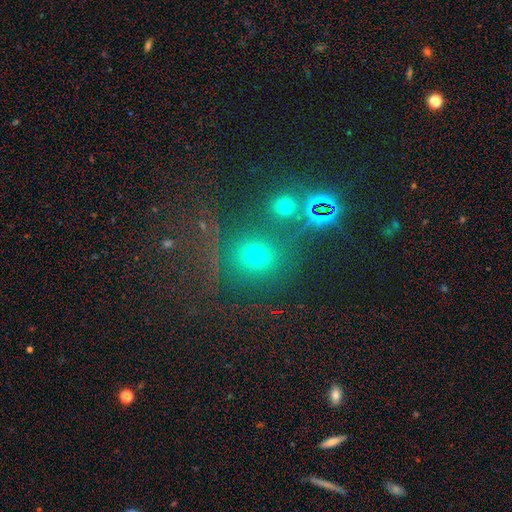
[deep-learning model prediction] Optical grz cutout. It shows a smooth galaxy with no disk features (58%) that is round (83%). Merging: none (75%).